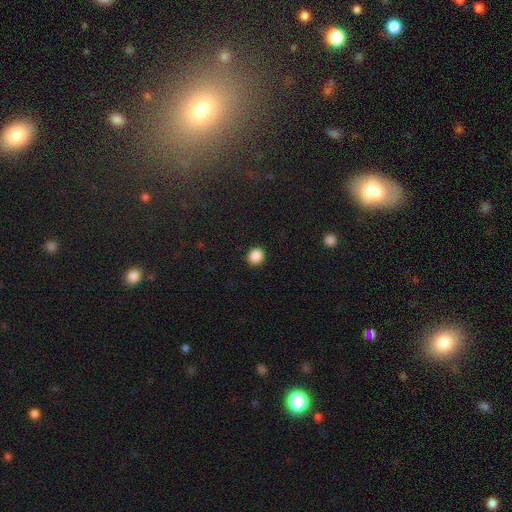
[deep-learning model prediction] A smooth galaxy with no disk features (88%) that is round (81%).

Vote fractions:
- Smooth or featured? smooth: 88% / star or artifact: 9% / featured or disk: 3%
- How rounded? round: 81% / in between: 18% / cigar-shaped: 1%
- Merging? none: 92% / minor disturbance: 6% / major disturbance: 2% / merger: 1%